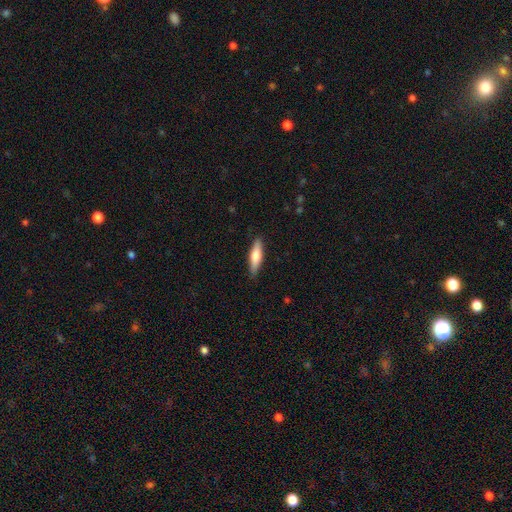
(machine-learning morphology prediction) smooth-or-featured: smooth: 64% | featured or disk: 30% | star or artifact: 5%
  how-rounded: cigar-shaped: 66% | in between: 32% | round: 2%
  merging: none: 88% | minor disturbance: 10% | major disturbance: 2% | merger: 1%